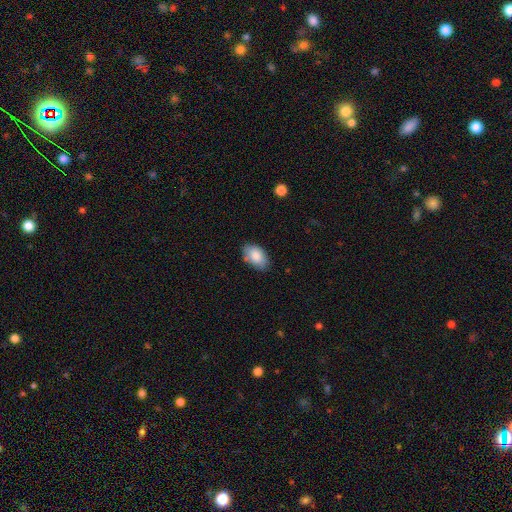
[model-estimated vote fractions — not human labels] Smooth or featured? smooth (83%)
How rounded? in between (92%)
Merging? none (75%)